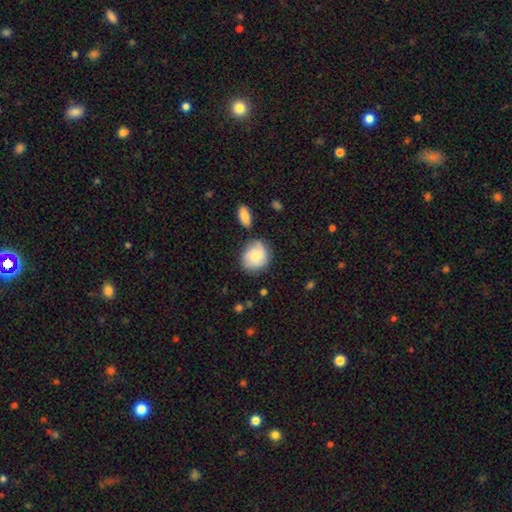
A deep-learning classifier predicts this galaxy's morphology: type=smooth (67%); roundness=round (70%); merging=none (65%).